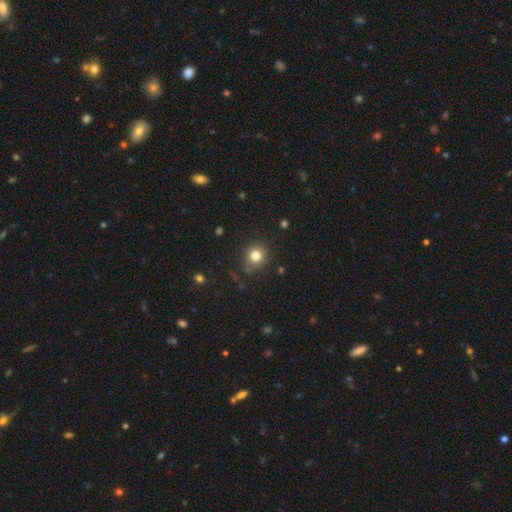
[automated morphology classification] Smooth or featured: smooth — 80% (star or artifact — 13%)
How rounded: round — 85% (in between — 14%)
Merging: none — 83% (minor disturbance — 11%)